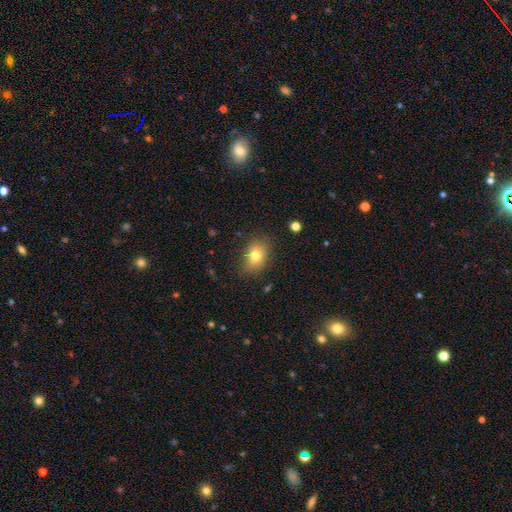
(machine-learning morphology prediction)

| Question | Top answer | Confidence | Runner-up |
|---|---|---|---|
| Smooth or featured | smooth | 76% | featured or disk (13%) |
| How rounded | in between | 68% | round (31%) |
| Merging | none | 79% | minor disturbance (16%) |